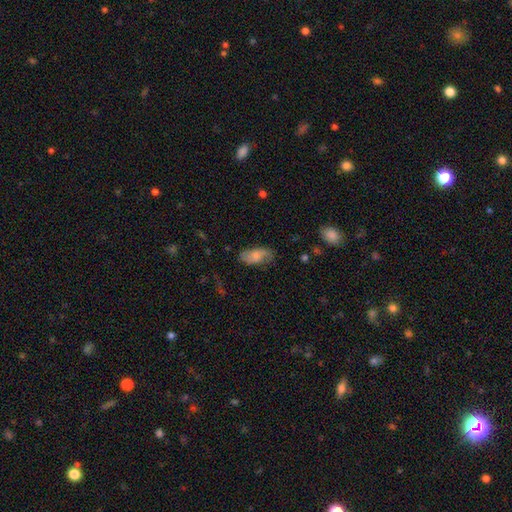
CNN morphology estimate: The model was most divided on "smooth or featured": smooth: 59%, featured or disk: 34%, star or artifact: 8%. More confident: how rounded — in between (90%); merging — none (66%).